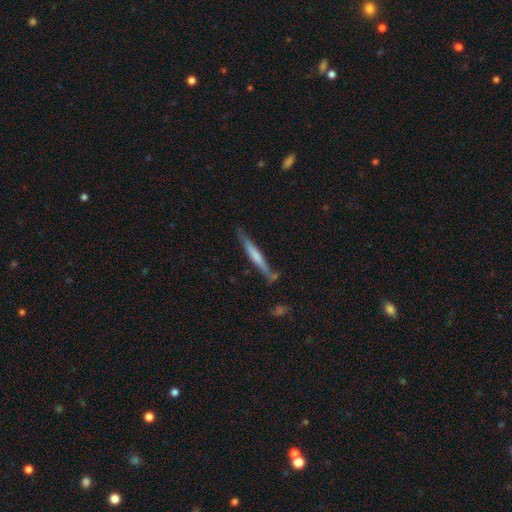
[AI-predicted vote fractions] Morphology: type=smooth (54%); roundness=cigar-shaped (95%); merging=none (75%).